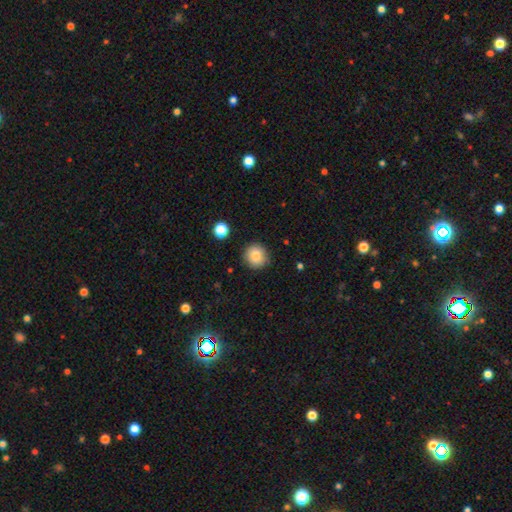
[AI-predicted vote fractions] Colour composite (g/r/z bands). It shows a smooth galaxy with no disk features (83%) that is round (93%). Merging: none (88%).